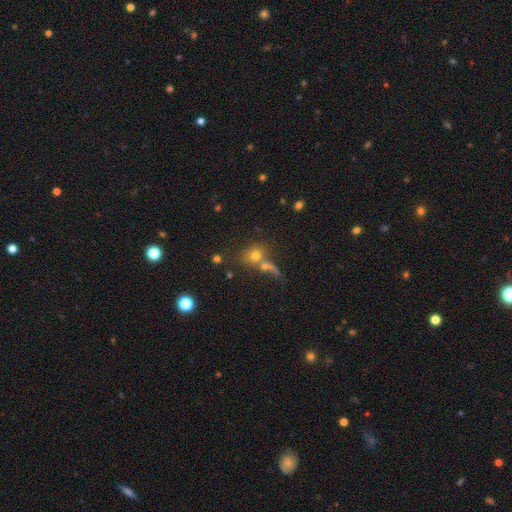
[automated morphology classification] Smooth or featured?
  - smooth: 67% *
  - star or artifact: 16%
  - featured or disk: 16%
How rounded?
  - round: 69% *
  - in between: 28%
  - cigar-shaped: 3%
Merging?
  - none: 42% *
  - merger: 39%
  - minor disturbance: 10%
  - major disturbance: 9%